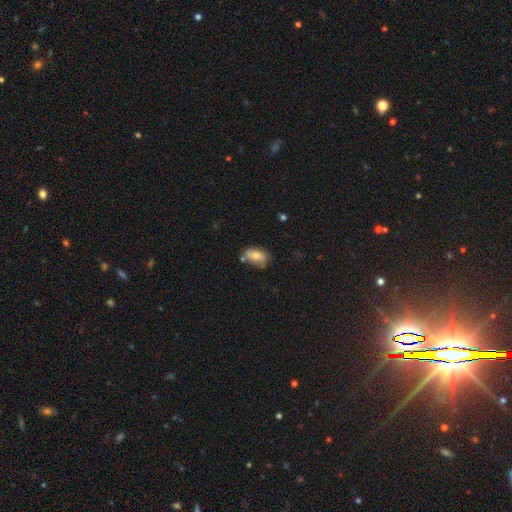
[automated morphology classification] The model was most divided on "merging": none: 62%, minor disturbance: 22%, merger: 11%, major disturbance: 5%. More confident: how rounded — in between (88%); smooth or featured — smooth (71%).